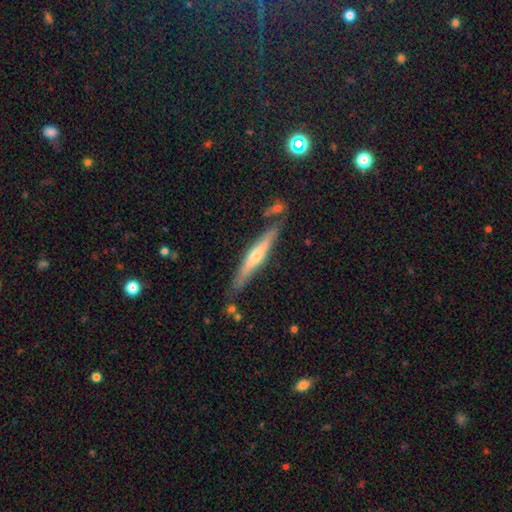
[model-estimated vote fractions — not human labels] smooth-or-featured: featured or disk: 62% | smooth: 32% | star or artifact: 6%
  disk-edge-on: yes: 94% | no: 6%
    edge-on-bulge: rounded: 75% | none: 19% | boxy: 6%
  merging: none: 79% | minor disturbance: 13% | merger: 6% | major disturbance: 3%